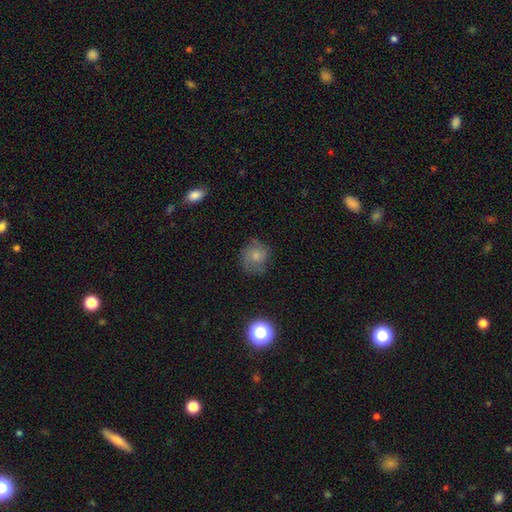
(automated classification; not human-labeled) smooth_or_featured: smooth (p=0.48) [alt: featured or disk p=0.41]
merging: none (p=0.65) [alt: minor disturbance p=0.23]